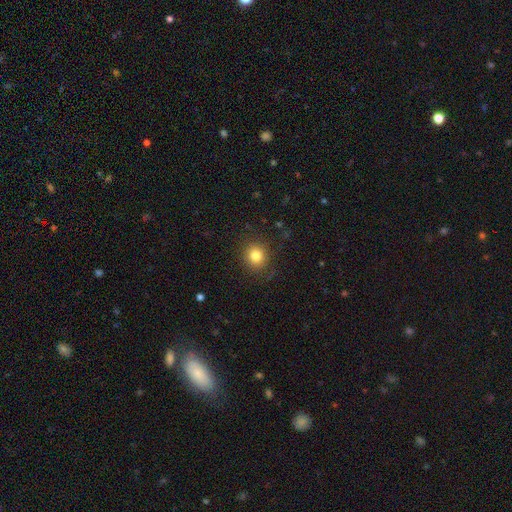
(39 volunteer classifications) Q: Smooth or featured?
A: smooth (85%); runner-up: star or artifact (10%)
Q: How rounded?
A: round (88%); runner-up: in between (12%)
Q: Merging?
A: none (80%); runner-up: minor disturbance (11%)